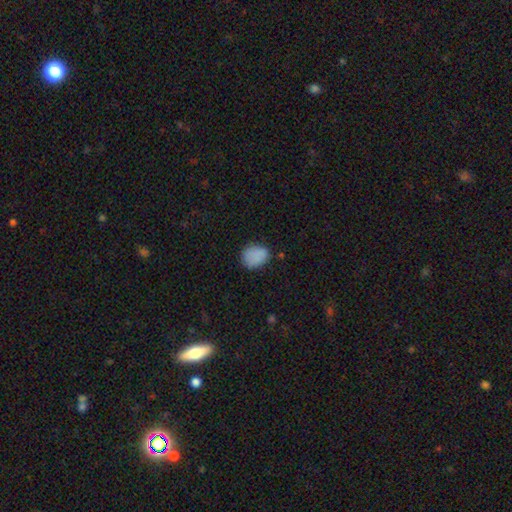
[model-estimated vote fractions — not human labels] This appears to be a smooth galaxy with no disk features (85%) that is in between round and cigar-shaped (53%). Merging: none (70%).